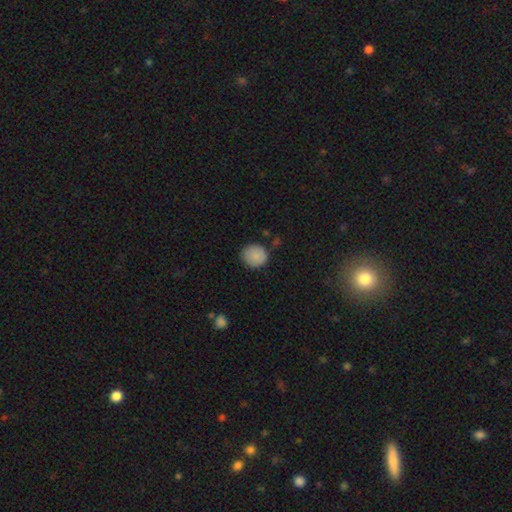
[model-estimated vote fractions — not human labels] Overall: smooth (87%). How rounded: round (87%). Merging: none (80%).